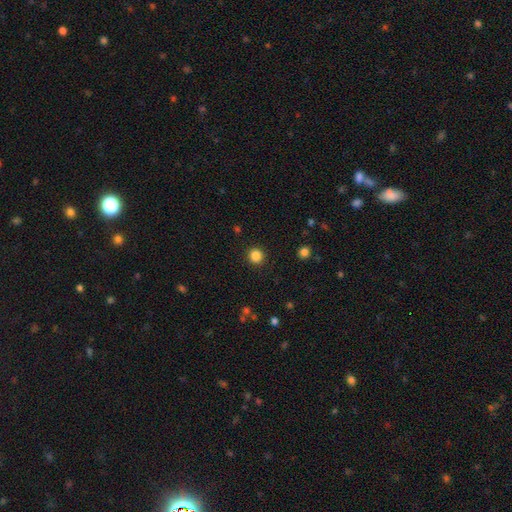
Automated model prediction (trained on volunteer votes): This is clearly a smooth galaxy (85%). How rounded: clearly round (92%). Merging: clearly none (92%).